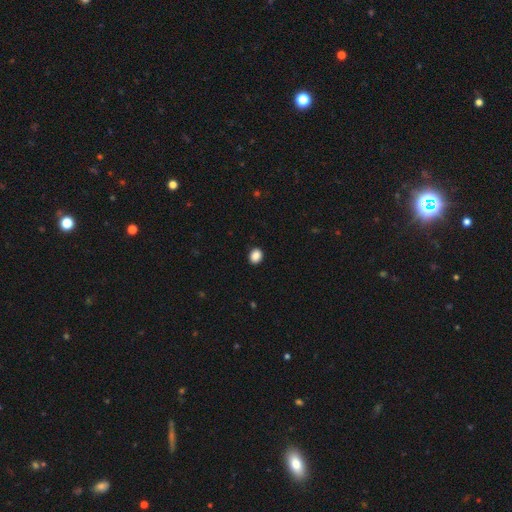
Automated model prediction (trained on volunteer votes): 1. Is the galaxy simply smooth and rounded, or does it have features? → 88% smooth, 9% star or artifact, 3% featured or disk.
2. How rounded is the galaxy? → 60% round, 39% in between, 1% cigar-shaped.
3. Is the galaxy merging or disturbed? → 91% none, 6% minor disturbance, 2% major disturbance, 1% merger.